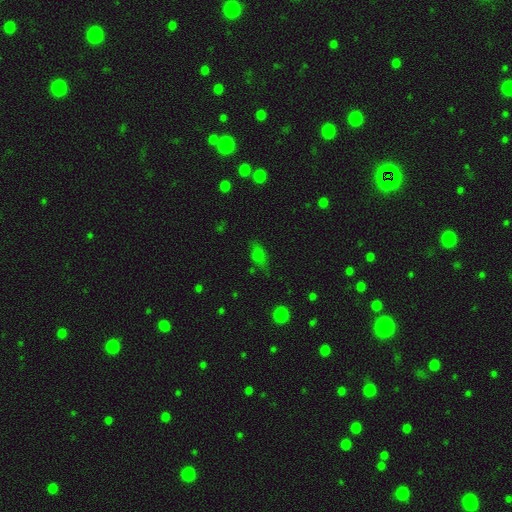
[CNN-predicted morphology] smooth 64%, star or artifact 19%, featured or disk 17%. Down the decision tree: how rounded — in between (73%); merging — none (67%).